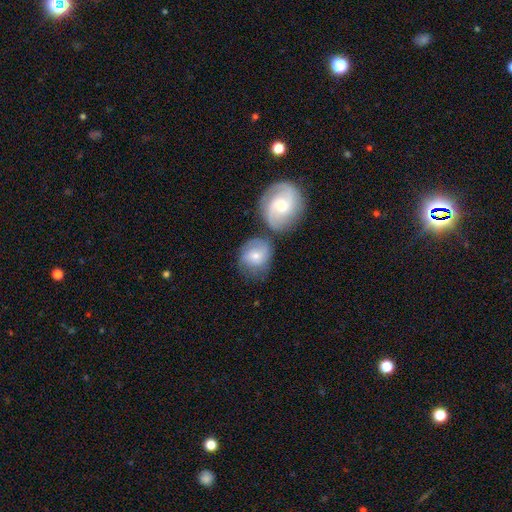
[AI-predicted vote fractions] smooth_or_featured: smooth (p=0.46) [tied with: featured or disk p=0.46]
merging: none (p=0.45) [alt: merger p=0.30]